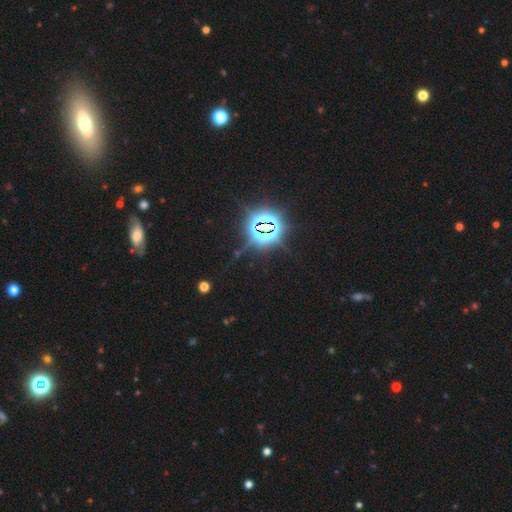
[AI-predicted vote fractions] Q: Smooth or featured?
A: star or artifact (82%); runner-up: smooth (11%)